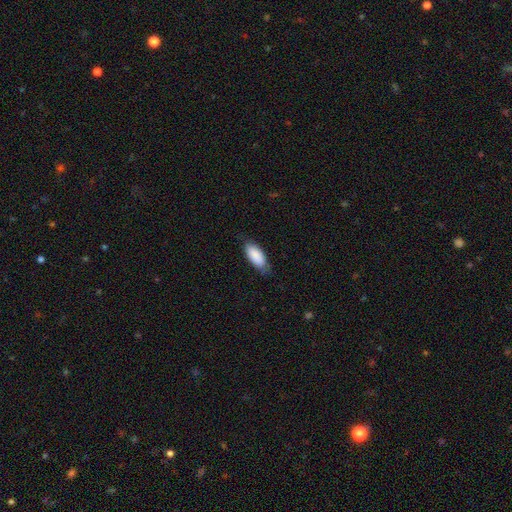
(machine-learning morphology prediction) smooth 89%, featured or disk 6%, star or artifact 5%. Down the decision tree: how rounded — in between (88%); merging — none (73%).